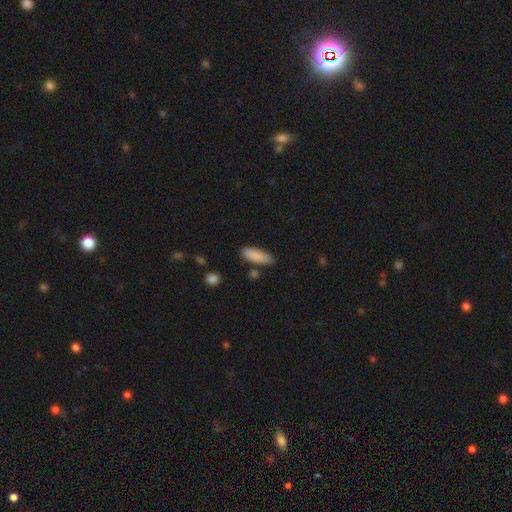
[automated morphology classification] smooth-or-featured: smooth: 87% | star or artifact: 6% | featured or disk: 6%
  how-rounded: in between: 57% | cigar-shaped: 41% | round: 2%
  merging: none: 81% | minor disturbance: 12% | merger: 4% | major disturbance: 3%